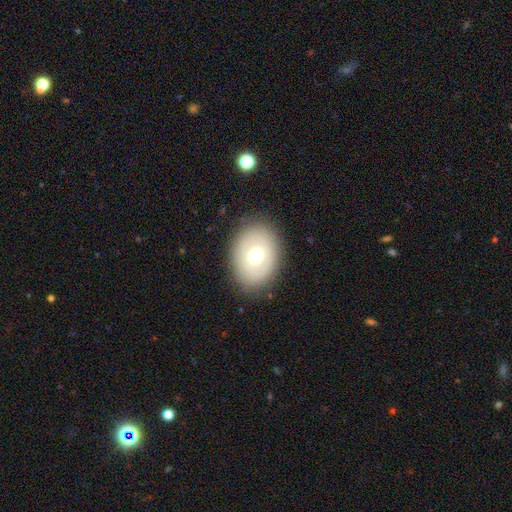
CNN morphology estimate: Q: Smooth or featured?
A: smooth (63%); runner-up: featured or disk (26%)
Q: How rounded?
A: in between (60%); runner-up: round (39%)
Q: Merging?
A: none (85%); runner-up: minor disturbance (10%)